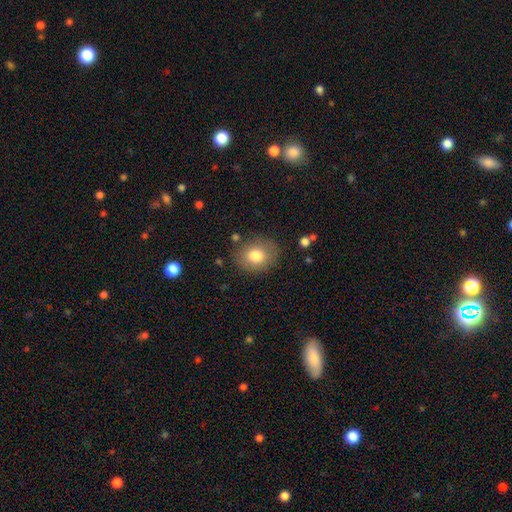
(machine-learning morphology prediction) Smooth or featured?
  - smooth: 79% *
  - featured or disk: 12%
  - star or artifact: 9%
How rounded?
  - round: 59% *
  - in between: 40%
  - cigar-shaped: 1%
Merging?
  - none: 81% *
  - minor disturbance: 13%
  - major disturbance: 4%
  - merger: 3%